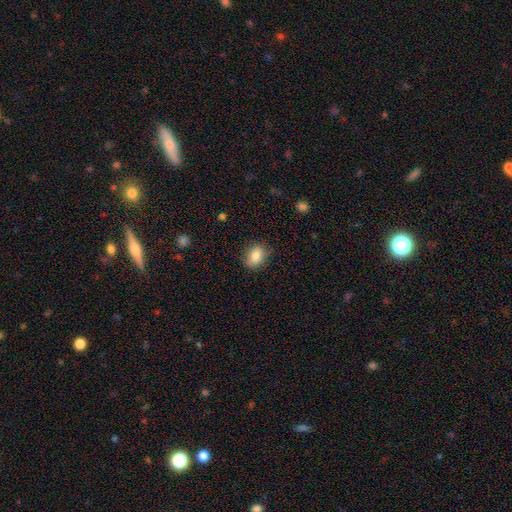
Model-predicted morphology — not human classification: This is clearly a smooth galaxy (84%). How rounded: likely in between (64%). Merging: clearly none (81%).